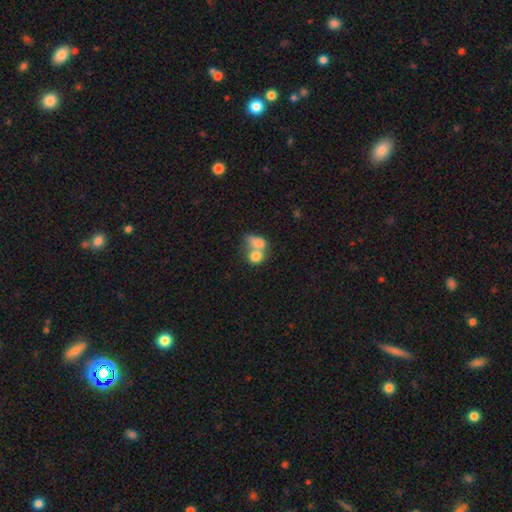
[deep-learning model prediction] Smooth or featured: smooth — 77% (featured or disk — 14%)
How rounded: round — 50% (in between — 47%)
Merging: merger — 68% (none — 20%)